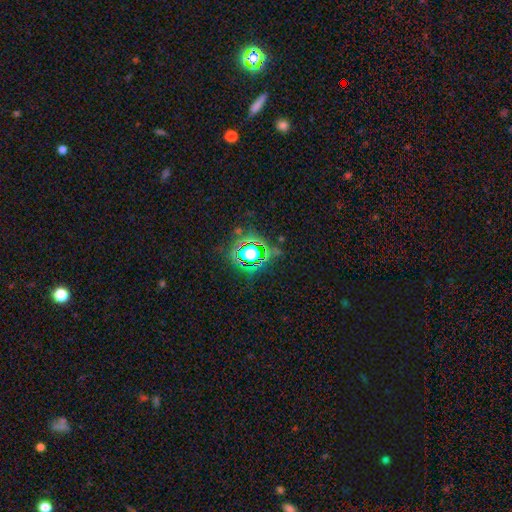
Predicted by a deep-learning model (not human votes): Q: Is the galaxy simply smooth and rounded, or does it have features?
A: star or artifact — 79%.